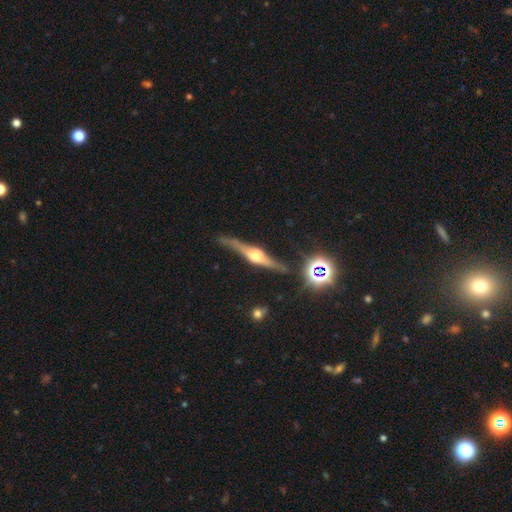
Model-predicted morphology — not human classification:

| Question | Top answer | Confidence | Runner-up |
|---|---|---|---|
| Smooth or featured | featured or disk | 81% | smooth (11%) |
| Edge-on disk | yes | 97% | no (3%) |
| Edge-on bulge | rounded | 92% | boxy (6%) |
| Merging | none | 84% | minor disturbance (11%) |